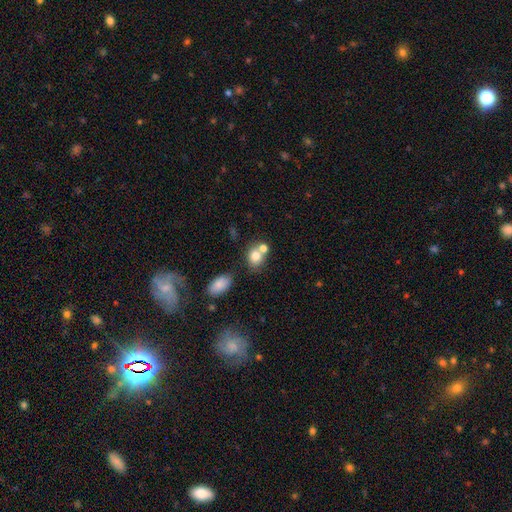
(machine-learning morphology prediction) The model was most divided on "merging": merger: 45%, none: 41%, minor disturbance: 10%, major disturbance: 4%. More confident: smooth or featured — smooth (76%); how rounded — round (56%).